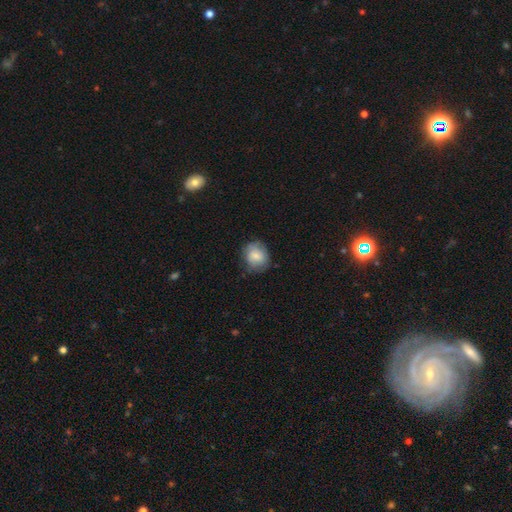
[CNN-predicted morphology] type=smooth (79%); roundness=round (71%); merging=none (74%).